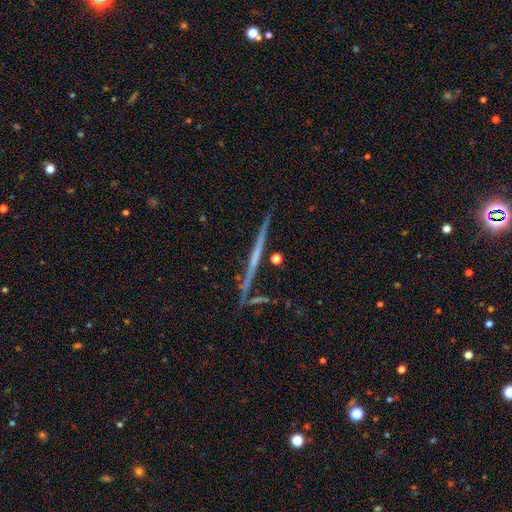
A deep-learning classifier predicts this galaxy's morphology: featured or disk 67%, smooth 26%, star or artifact 8%. Down the decision tree: edge-on disk — yes (97%); edge-on bulge — none (84%); merging — none (87%).